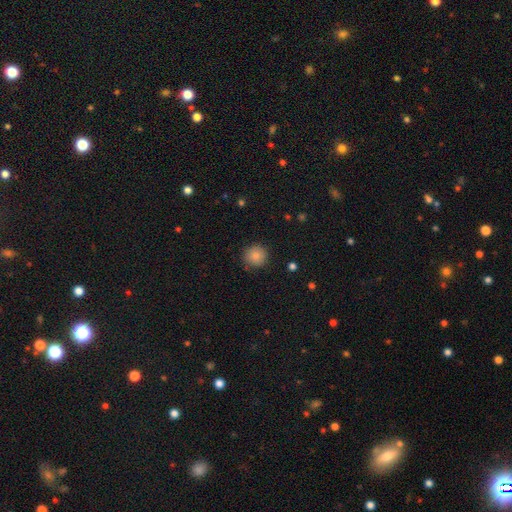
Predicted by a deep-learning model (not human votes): Smooth or featured: smooth — 85% (star or artifact — 9%)
How rounded: round — 93% (in between — 6%)
Merging: none — 87% (minor disturbance — 9%)